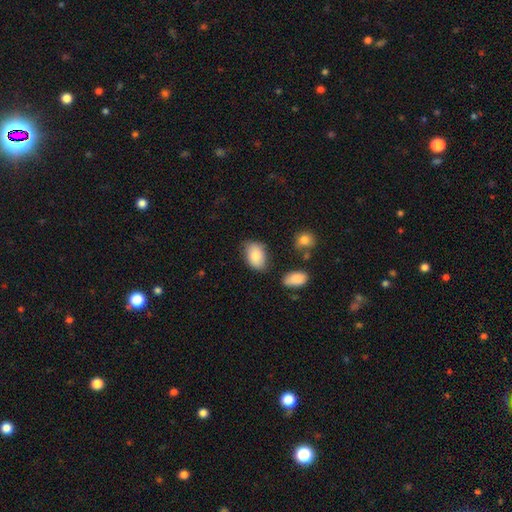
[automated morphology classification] Smooth or featured? smooth (80%)
How rounded? in between (89%)
Merging? none (72%)